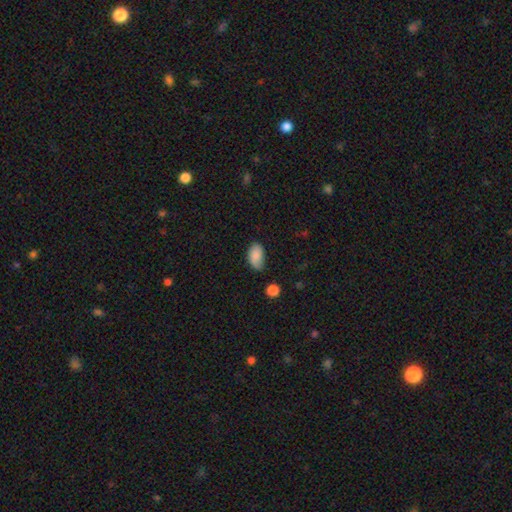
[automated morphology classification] Overall: smooth (85%). How rounded: in between (93%). Merging: none (64%; minor disturbance 28%).